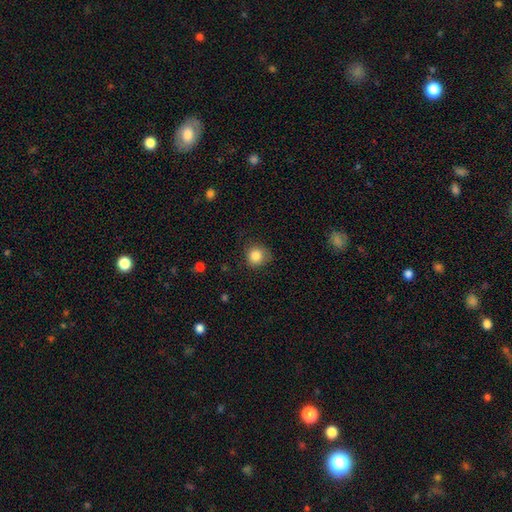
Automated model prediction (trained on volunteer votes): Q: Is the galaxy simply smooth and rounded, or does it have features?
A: smooth — 84%.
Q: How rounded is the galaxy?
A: round — 89%.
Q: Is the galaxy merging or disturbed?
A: none — 76%.